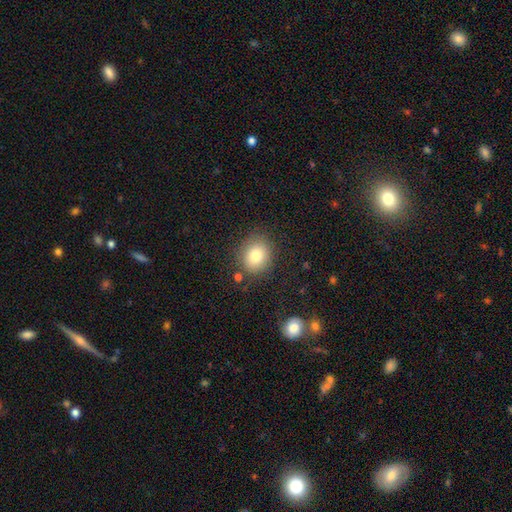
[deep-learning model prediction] A smooth galaxy with no disk features (80%) that is round (74%). Merging: none (82%).